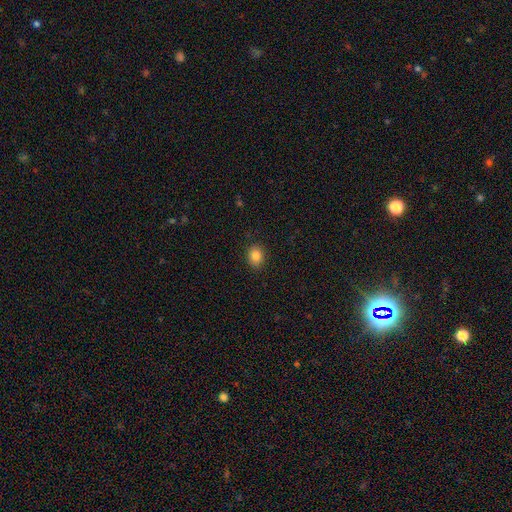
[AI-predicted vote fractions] smooth-or-featured: smooth: 84% | star or artifact: 10% | featured or disk: 6%
  how-rounded: round: 55% | in between: 44% | cigar-shaped: 1%
  merging: none: 89% | minor disturbance: 8% | major disturbance: 2% | merger: 1%